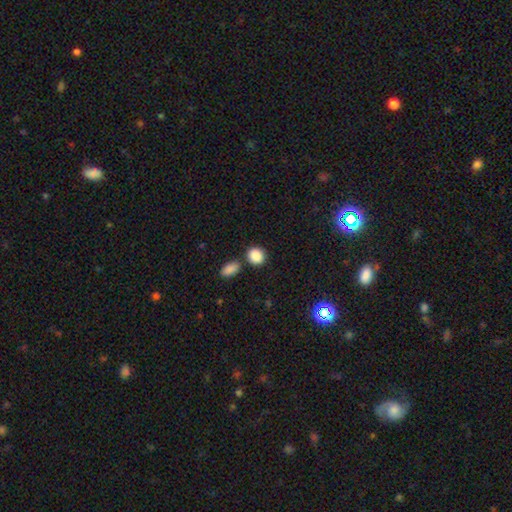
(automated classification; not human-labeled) A smooth galaxy with no disk features (88%) that is round (69%).

Vote fractions:
- Smooth or featured? smooth: 88% / star or artifact: 8% / featured or disk: 4%
- How rounded? round: 69% / in between: 30% / cigar-shaped: 1%
- Merging? none: 73% / merger: 13% / minor disturbance: 11% / major disturbance: 3%